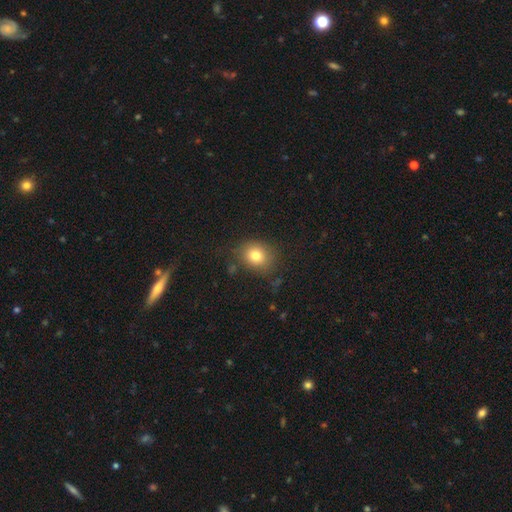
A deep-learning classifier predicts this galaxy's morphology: Smooth or featured? smooth (79%)
How rounded? round (71%)
Merging? none (79%)